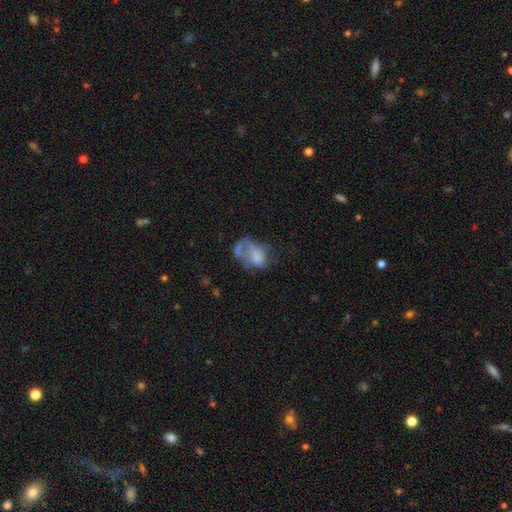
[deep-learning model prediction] Smooth or featured: smooth — 51% (featured or disk — 38%)
How rounded: in between — 74% (round — 25%)
Merging: major disturbance — 37% (merger — 23%)